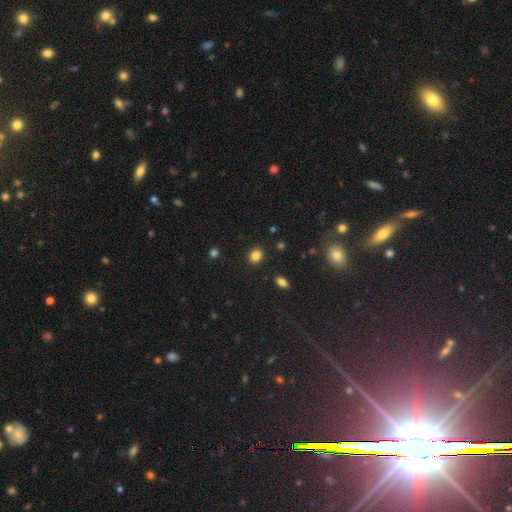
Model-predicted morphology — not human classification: Smooth or featured: smooth — 84% (star or artifact — 11%)
How rounded: round — 62% (in between — 37%)
Merging: none — 89% (minor disturbance — 7%)